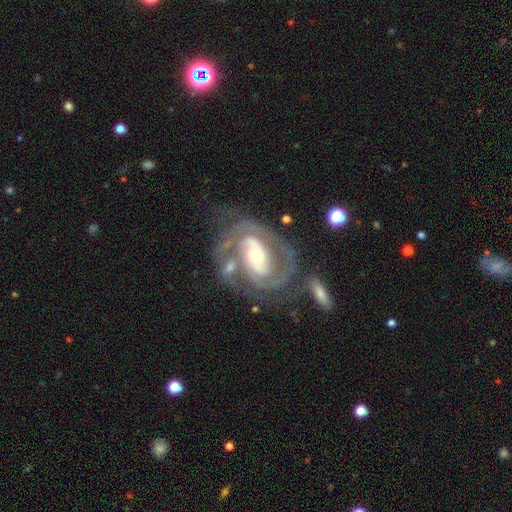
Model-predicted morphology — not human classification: A featured or disk galaxy (90%) with a weak bar (34%), 2 (66%) tight (54%) spiral arms (95%) and a moderate central bulge (54%).

Vote fractions:
- Smooth or featured? featured or disk: 90% / smooth: 6% / star or artifact: 5%
- Edge-on disk? no: 97% / yes: 3%
- Bar? weak: 34% / no: 33% / strong: 33%
- Spiral arms? yes: 95% / no: 5%
- Spiral winding? tight: 54% / medium: 38% / loose: 8%
- Spiral arm count? 2: 66% / 3: 13% / can't tell: 11% / 1: 4% / 4: 3% / more than 4: 2%
- Bulge size? moderate: 54% / small: 39% / large: 5% / none: 1% / dominant: 1%
- Merging? none: 55% / minor disturbance: 18% / major disturbance: 14% / merger: 12%